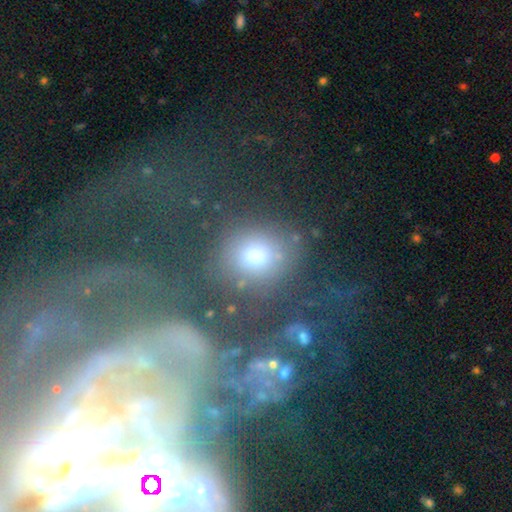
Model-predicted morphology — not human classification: smooth 65%, star or artifact 20%, featured or disk 15%. Down the decision tree: how rounded — round (62%); merging — none (56%).